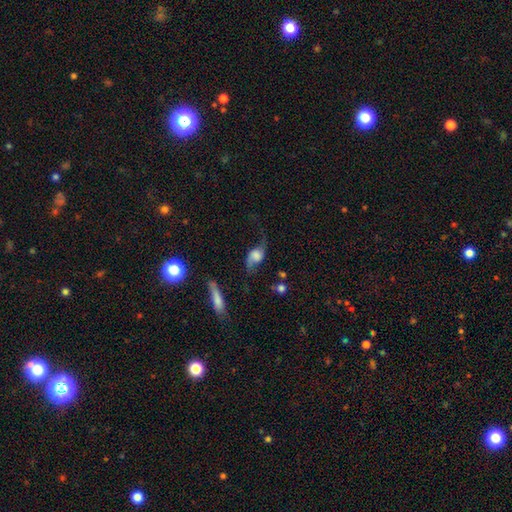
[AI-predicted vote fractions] A featured or disk galaxy (68%) with no bar (61%), 2 (90%) loose (85%) spiral arms (92%) and a large central bulge (34%).

Vote fractions:
- Smooth or featured? featured or disk: 68% / smooth: 23% / star or artifact: 9%
- Edge-on disk? no: 89% / yes: 11%
- Bar? no: 61% / weak: 30% / strong: 9%
- Spiral arms? yes: 92% / no: 8%
- Spiral winding? loose: 85% / medium: 11% / tight: 3%
- Spiral arm count? 2: 90% / 1: 5% / can't tell: 2% / 3: 1% / 4: 1% / more than 4: 1%
- Bulge size? large: 34% / none: 20% / moderate: 18% / dominant: 15% / small: 12%
- Merging? none: 54% / minor disturbance: 21% / major disturbance: 20% / merger: 5%